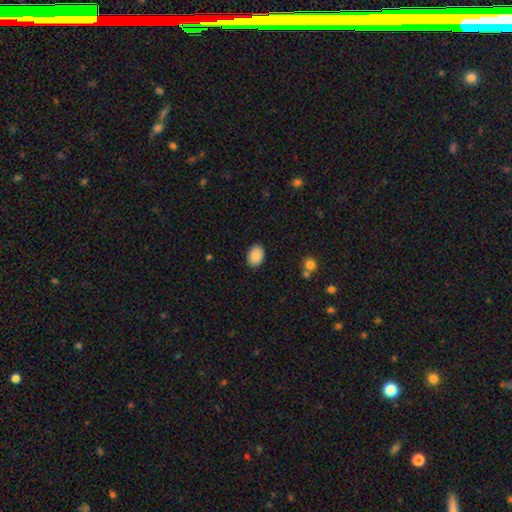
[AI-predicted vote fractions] A smooth galaxy with no disk features (89%) that is in between round and cigar-shaped (79%). Merging: none (88%).